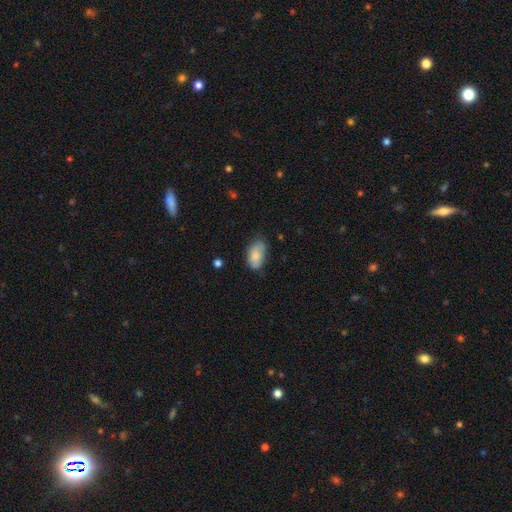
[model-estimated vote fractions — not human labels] This appears to be a smooth galaxy with no disk features (80%) that is in between round and cigar-shaped (93%). Merging: none (63%).